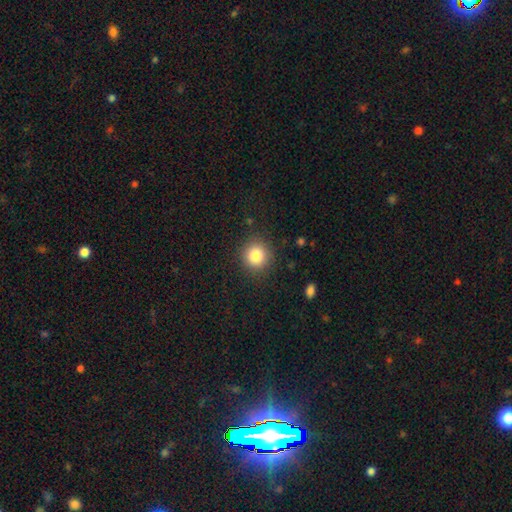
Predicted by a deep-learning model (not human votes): A smooth galaxy with no disk features (83%) that is round (91%). Merging: none (88%).